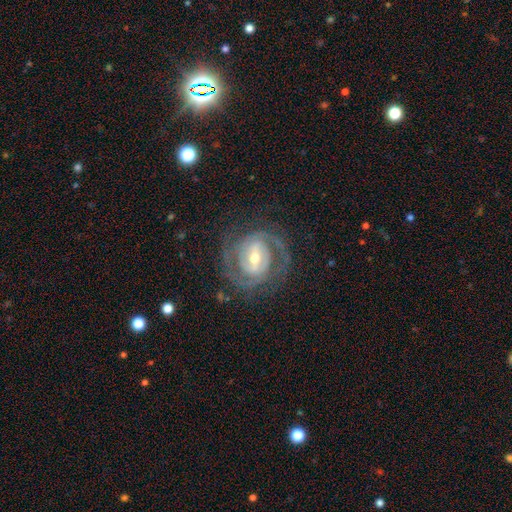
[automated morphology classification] The model was most divided on "bar" (2-way tie): weak: 41%, strong: 41%, no: 18%. More confident: edge-on disk — no (97%); spiral arms — yes (96%); smooth or featured — featured or disk (89%); merging — none (79%); spiral arm count — 2 (67%); spiral winding — tight (63%); bulge size — moderate (51%).